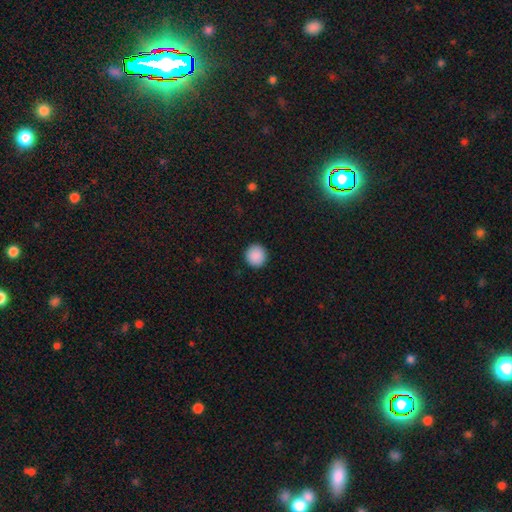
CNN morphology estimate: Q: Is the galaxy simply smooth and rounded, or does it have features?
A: smooth — 90%.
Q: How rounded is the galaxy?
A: round — 94%.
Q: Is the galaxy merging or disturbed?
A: none — 93%.